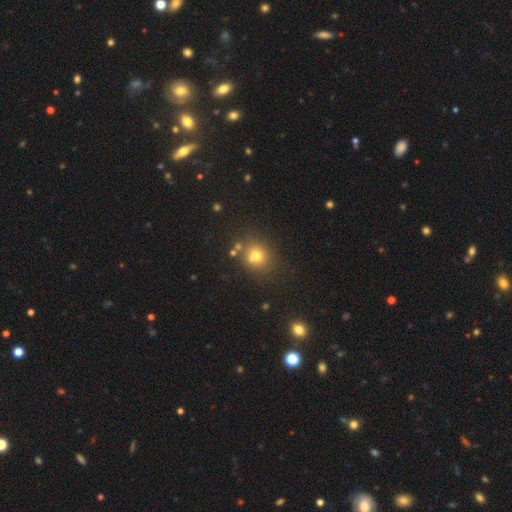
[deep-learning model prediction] Q: Smooth or featured?
A: smooth (71%); runner-up: star or artifact (17%)
Q: How rounded?
A: round (78%); runner-up: in between (21%)
Q: Merging?
A: none (63%); runner-up: merger (20%)